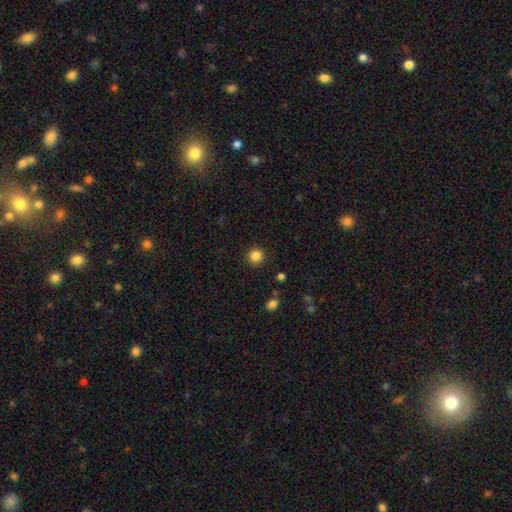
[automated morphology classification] Smooth or featured? smooth (85%)
How rounded? round (95%)
Merging? none (92%)